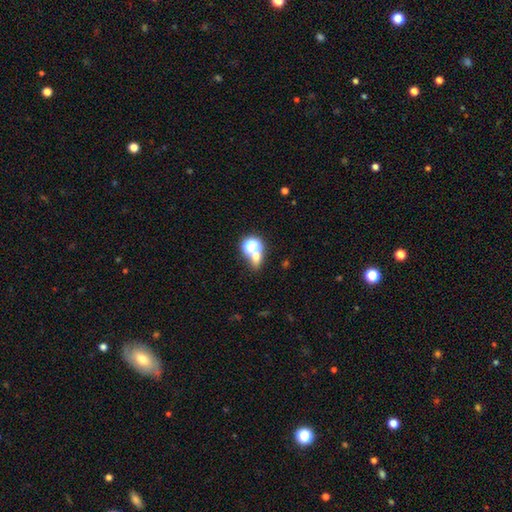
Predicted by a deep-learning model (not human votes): Smooth or featured? smooth (55%)
How rounded? round (63%)
Merging? none (53%)